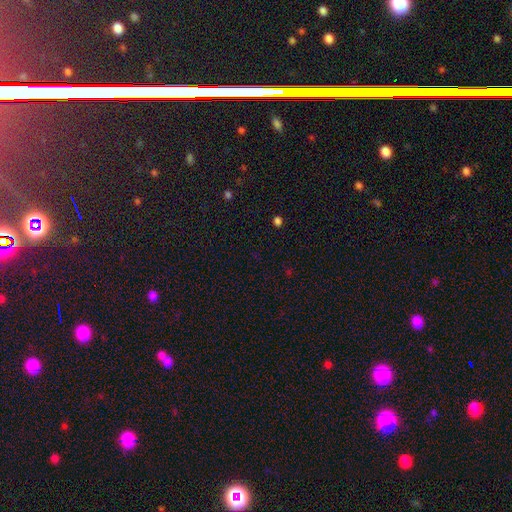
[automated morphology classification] Q: Smooth or featured?
A: star or artifact (63%); runner-up: smooth (30%)